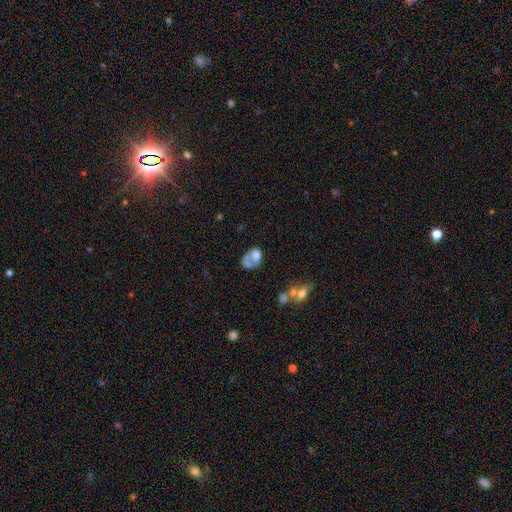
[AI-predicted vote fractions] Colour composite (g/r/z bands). It shows a smooth galaxy with no disk features (55%) that is in between round and cigar-shaped (67%). Merging: merger (35%).